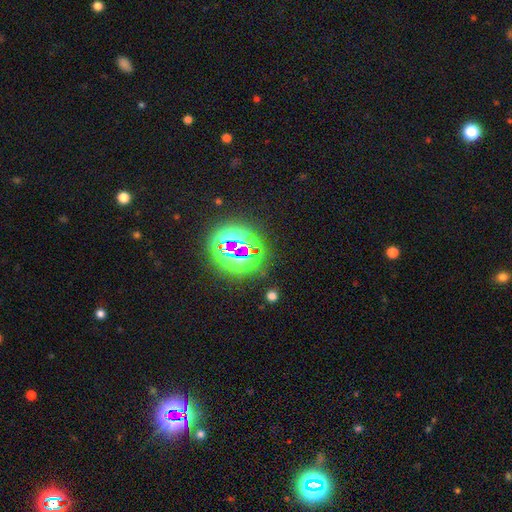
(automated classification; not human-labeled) Overall: star or artifact (79%).